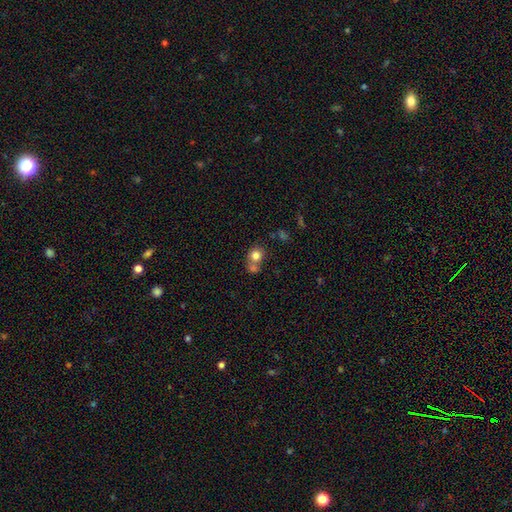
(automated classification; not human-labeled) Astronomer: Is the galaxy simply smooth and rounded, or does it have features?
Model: smooth — 79%.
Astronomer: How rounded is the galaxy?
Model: round — 77%.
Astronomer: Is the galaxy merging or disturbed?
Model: none — 44% (runner-up: merger, 41%).